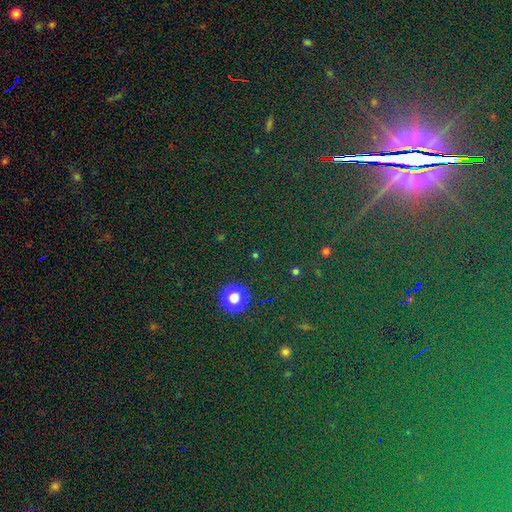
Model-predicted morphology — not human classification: Smooth or featured? star or artifact (47%, tied with smooth)